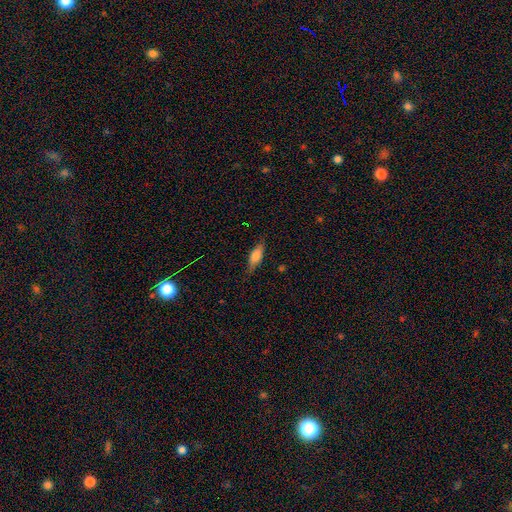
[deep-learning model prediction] Smooth or featured? Predicted: smooth (p=0.69). How rounded? Predicted: in between (p=0.68). Merging? Predicted: none (p=0.79).